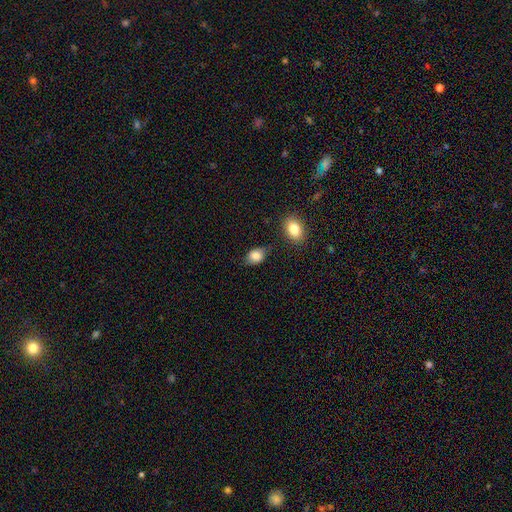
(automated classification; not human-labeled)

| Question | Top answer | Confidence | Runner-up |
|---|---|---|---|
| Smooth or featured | smooth | 85% | star or artifact (8%) |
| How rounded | in between | 76% | round (22%) |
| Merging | none | 72% | minor disturbance (19%) |